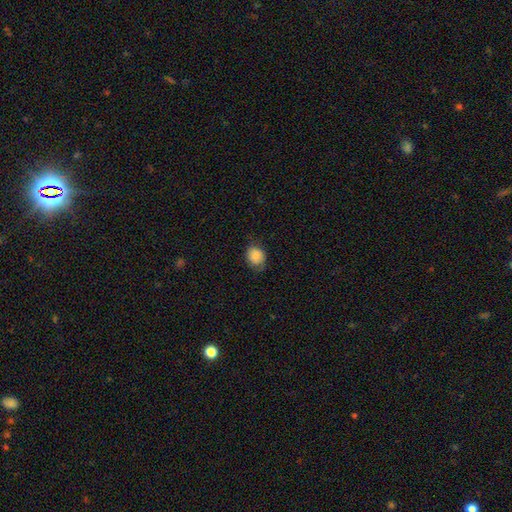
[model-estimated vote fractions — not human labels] smooth 85%, star or artifact 8%, featured or disk 7%. Down the decision tree: how rounded — round (58%); merging — none (66%).